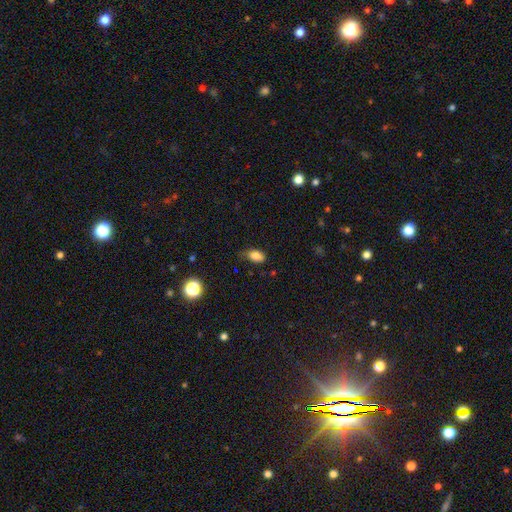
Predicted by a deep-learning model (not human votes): smooth 84%, star or artifact 10%, featured or disk 6%. Down the decision tree: how rounded — in between (87%); merging — none (61%).